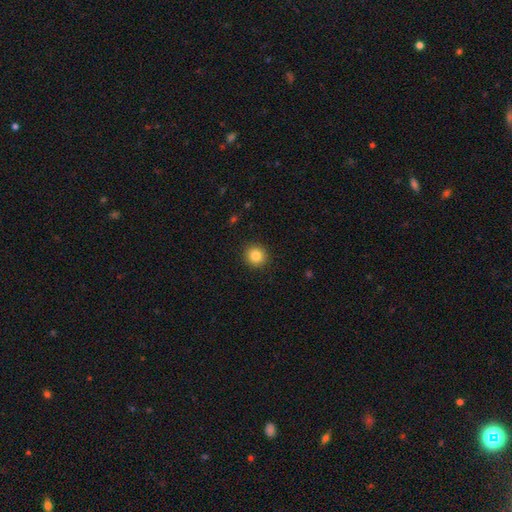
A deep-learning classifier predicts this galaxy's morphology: Overall: smooth (84%). How rounded: round (91%). Merging: none (92%).